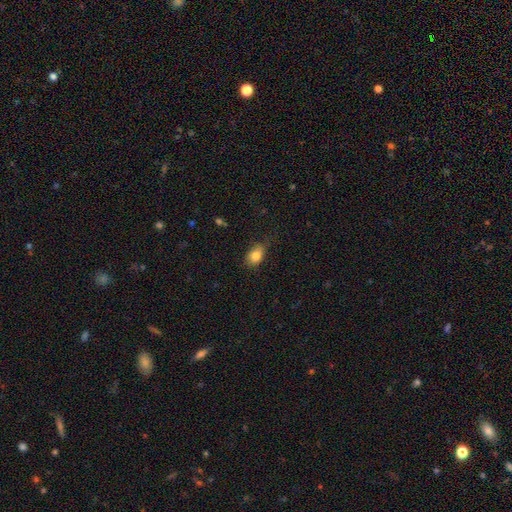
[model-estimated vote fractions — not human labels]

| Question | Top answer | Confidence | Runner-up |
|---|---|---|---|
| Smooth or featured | smooth | 83% | star or artifact (9%) |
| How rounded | in between | 77% | round (21%) |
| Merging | none | 68% | minor disturbance (25%) |